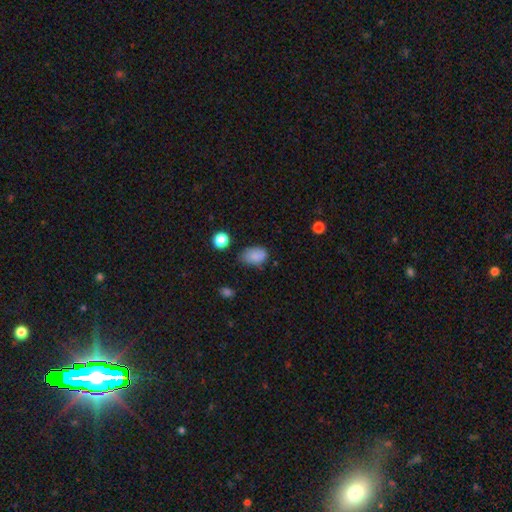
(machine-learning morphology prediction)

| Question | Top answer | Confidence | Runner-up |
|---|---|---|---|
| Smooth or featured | smooth | 84% | star or artifact (10%) |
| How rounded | in between | 85% | round (14%) |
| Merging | none | 64% | minor disturbance (28%) |